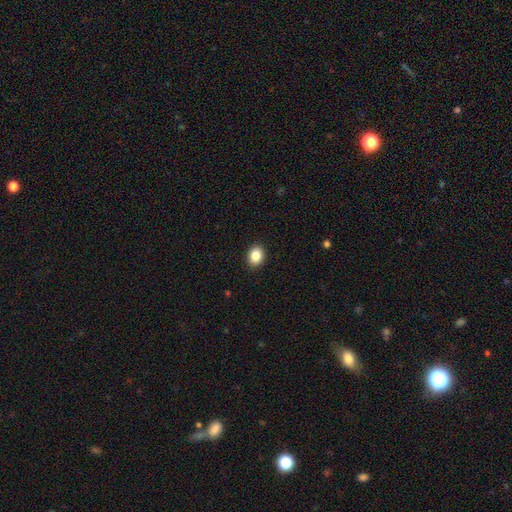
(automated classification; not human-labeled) smooth 86%, star or artifact 9%, featured or disk 5%. Down the decision tree: how rounded — in between (57%); merging — none (91%).